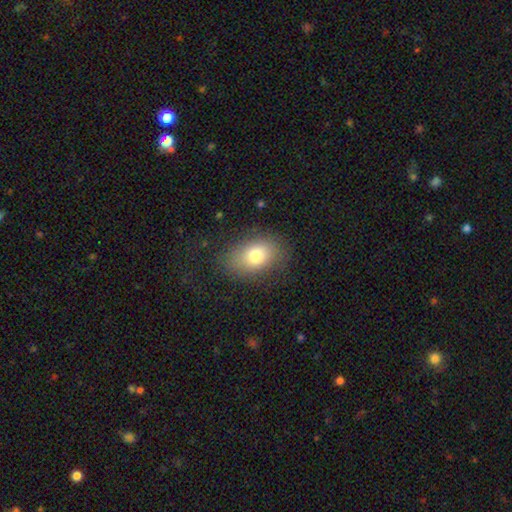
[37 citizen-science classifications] smooth_or_featured: smooth (p=0.76) [alt: featured or disk p=0.22]
how_rounded: in between (p=0.71) [alt: round p=0.29]
merging: none (p=0.72) [alt: minor disturbance p=0.17]